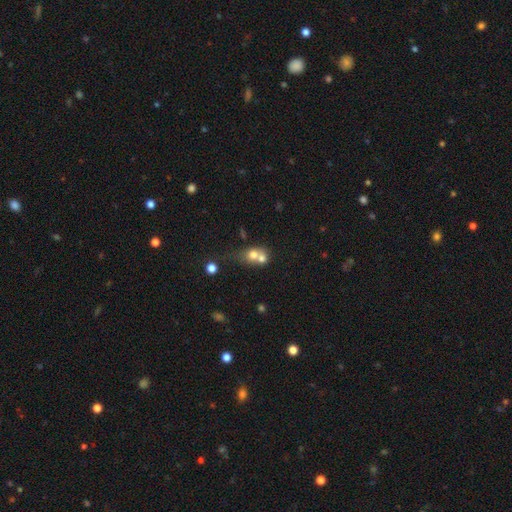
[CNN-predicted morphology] Smooth or featured: smooth — 67% (featured or disk — 21%)
How rounded: round — 64% (in between — 34%)
Merging: merger — 65% (none — 23%)